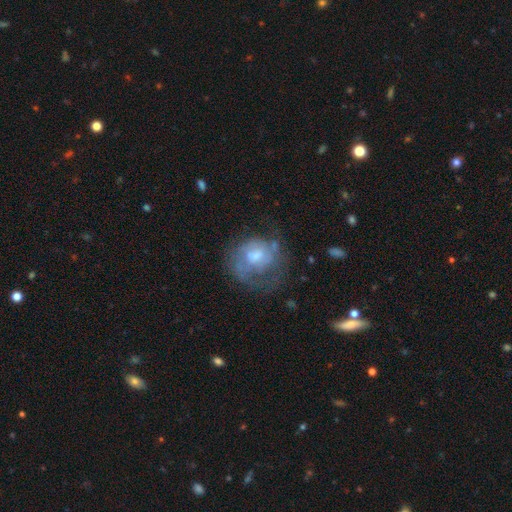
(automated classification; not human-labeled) featured or disk 61%, smooth 29%, star or artifact 9%. Down the decision tree: edge-on disk — no (97%); bar — no (68%); spiral arms — yes (69%); bulge size — moderate (51%); merging — none (49%).